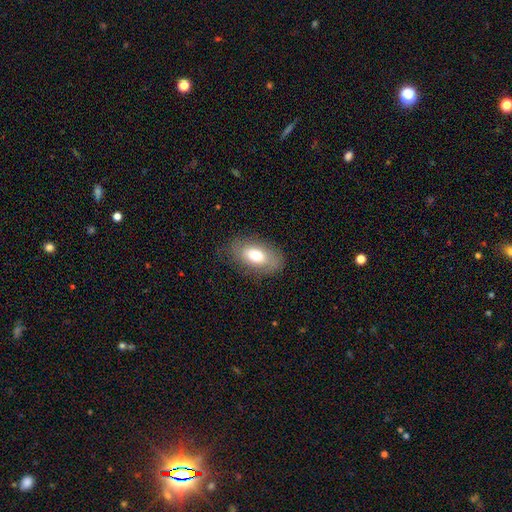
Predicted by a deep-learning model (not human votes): Smooth or featured: smooth — 72% (featured or disk — 20%)
How rounded: in between — 90% (round — 6%)
Merging: none — 79% (minor disturbance — 14%)